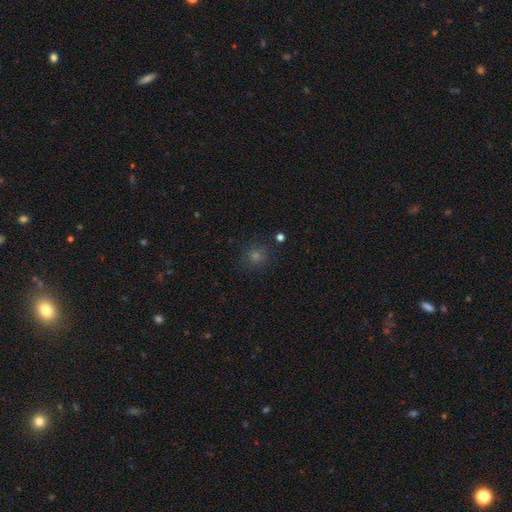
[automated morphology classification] Smooth or featured? Predicted: smooth (p=0.61). How rounded? Predicted: round (p=0.89). Merging? Predicted: none (p=0.86).